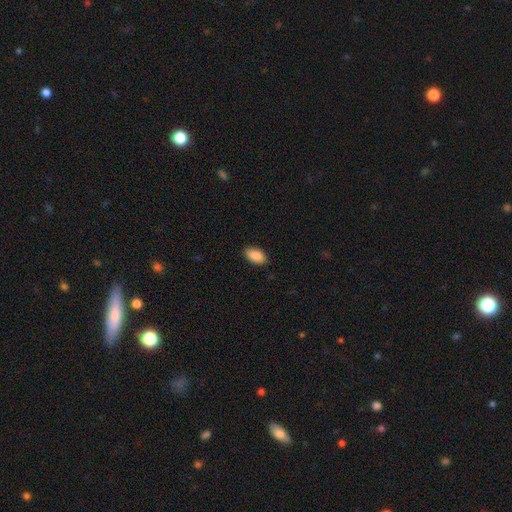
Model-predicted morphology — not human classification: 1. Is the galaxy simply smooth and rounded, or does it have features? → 90% smooth, 7% star or artifact, 4% featured or disk.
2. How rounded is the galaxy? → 94% in between, 4% round, 2% cigar-shaped.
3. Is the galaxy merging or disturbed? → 88% none, 9% minor disturbance, 2% major disturbance, 1% merger.